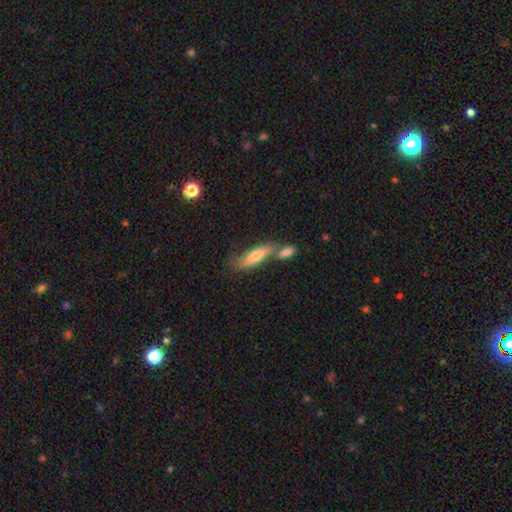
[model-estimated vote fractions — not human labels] The model was most divided on "merging": none: 44%, merger: 37%, minor disturbance: 14%, major disturbance: 5%. More confident: smooth or featured — smooth (62%); how rounded — cigar-shaped (61%).